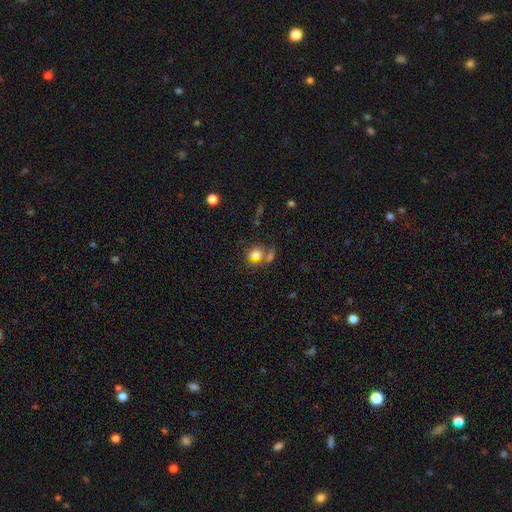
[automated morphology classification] The model was most divided on "how rounded": in between: 52%, round: 46%, cigar-shaped: 2%. Remaining: smooth or featured — smooth (65%); merging — none (42%).